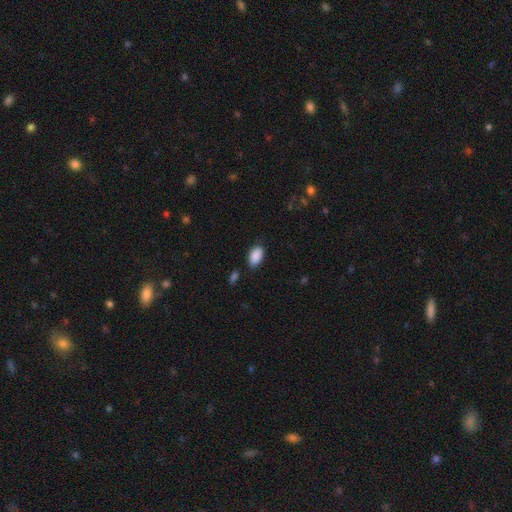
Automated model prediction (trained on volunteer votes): Smooth or featured?
  - smooth: 90% *
  - star or artifact: 7%
  - featured or disk: 3%
How rounded?
  - in between: 94% *
  - round: 4%
  - cigar-shaped: 2%
Merging?
  - none: 82% *
  - minor disturbance: 12%
  - major disturbance: 3%
  - merger: 2%